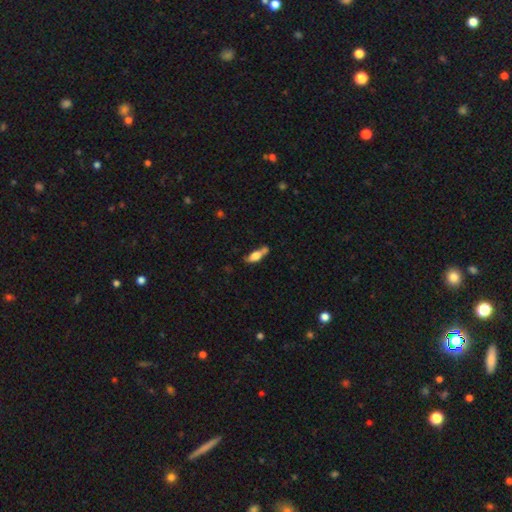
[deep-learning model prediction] Smooth or featured? Predicted: smooth (p=0.66). How rounded? Predicted: in between (p=0.68). Merging? Predicted: none (p=0.46).